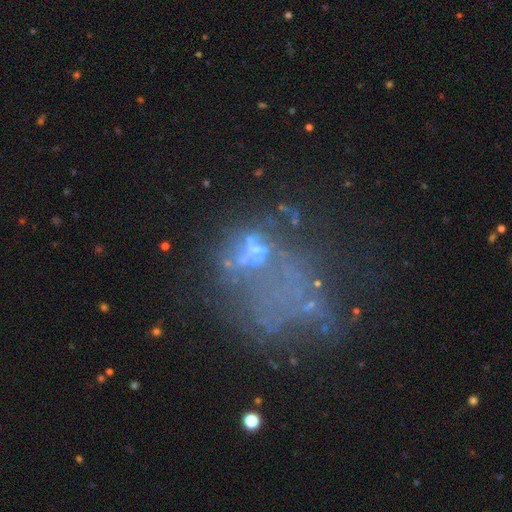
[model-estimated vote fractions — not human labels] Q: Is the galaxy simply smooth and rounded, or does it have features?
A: featured or disk — 47%.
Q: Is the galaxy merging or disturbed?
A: major disturbance — 40%.